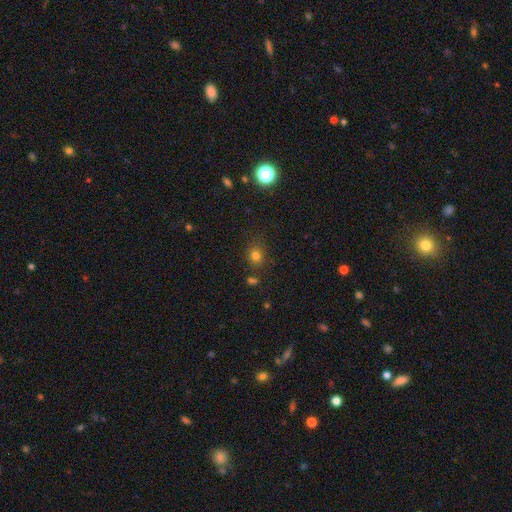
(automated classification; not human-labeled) smooth_or_featured: smooth (p=0.76) [alt: star or artifact p=0.17]
how_rounded: round (p=0.73) [alt: in between p=0.26]
merging: none (p=0.78) [alt: minor disturbance p=0.12]